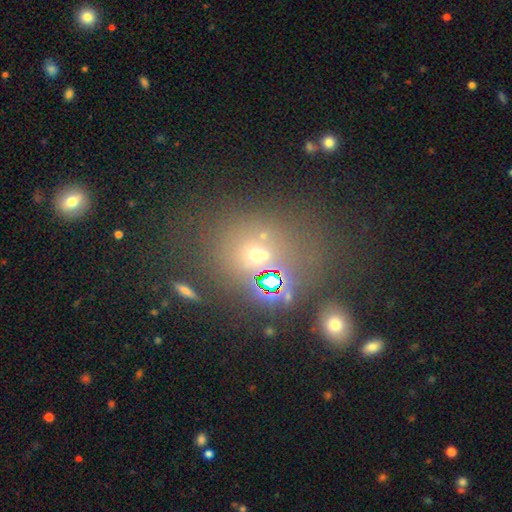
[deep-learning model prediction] Smooth or featured: smooth — 47% (star or artifact — 39%)
Merging: none — 60% (merger — 18%)